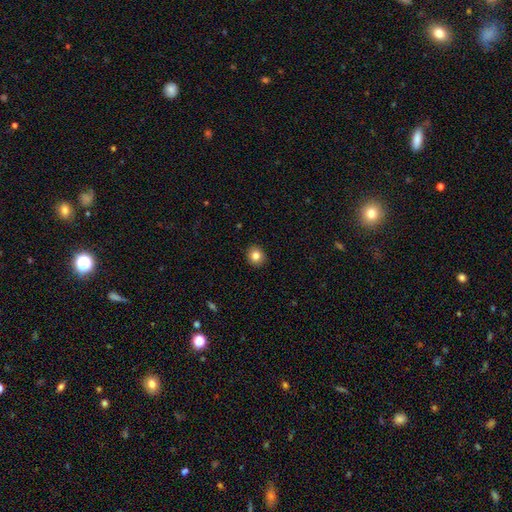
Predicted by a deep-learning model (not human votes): smooth 83%, star or artifact 10%, featured or disk 7%. Down the decision tree: how rounded — round (83%); merging — none (91%).